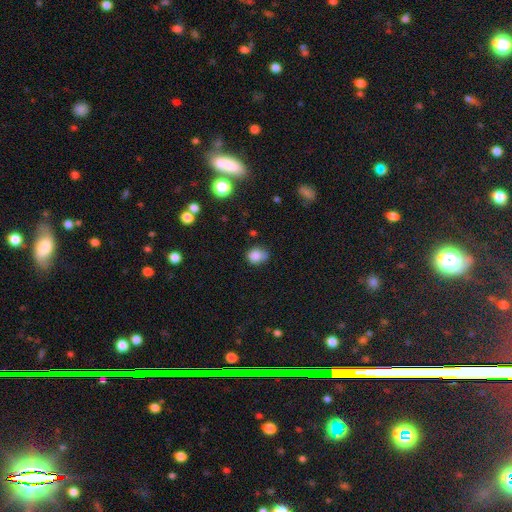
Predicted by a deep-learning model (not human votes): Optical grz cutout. It shows a smooth galaxy with no disk features (82%) that is round (67%). Merging: none (53%).